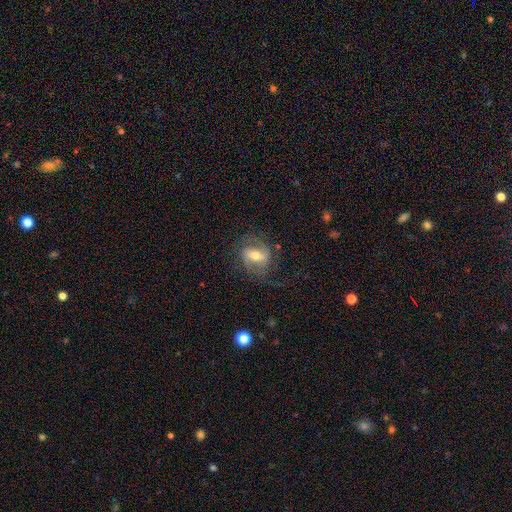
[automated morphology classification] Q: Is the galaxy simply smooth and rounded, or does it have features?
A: featured or disk — 65%.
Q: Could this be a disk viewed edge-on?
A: no — 94%.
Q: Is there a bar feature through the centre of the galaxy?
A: weak — 41%.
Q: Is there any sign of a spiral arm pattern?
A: yes — 82%.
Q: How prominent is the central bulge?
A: moderate — 67%.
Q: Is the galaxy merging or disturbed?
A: none — 62%.